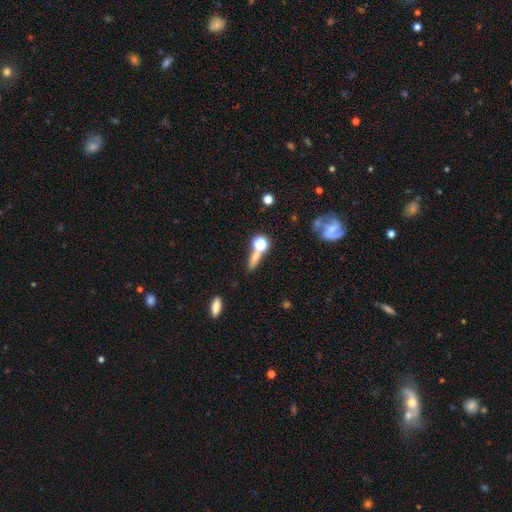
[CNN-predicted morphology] smooth_or_featured: smooth (p=0.64) [alt: star or artifact p=0.19]
how_rounded: cigar-shaped (p=0.43) [alt: round p=0.33]
merging: none (p=0.53) [alt: merger p=0.29]